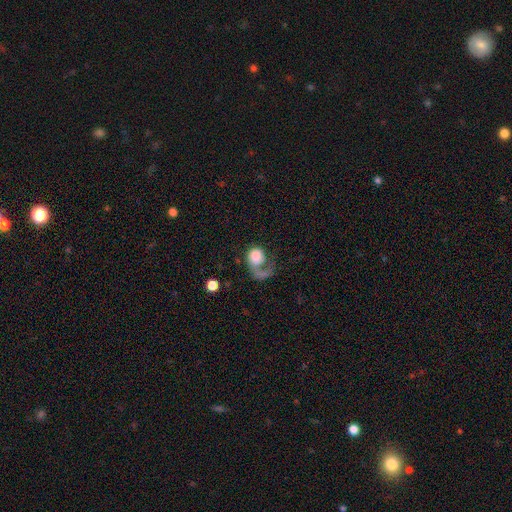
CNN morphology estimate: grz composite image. It shows a smooth galaxy with no disk features (52%) that is round (68%). Merging: major disturbance (54%).